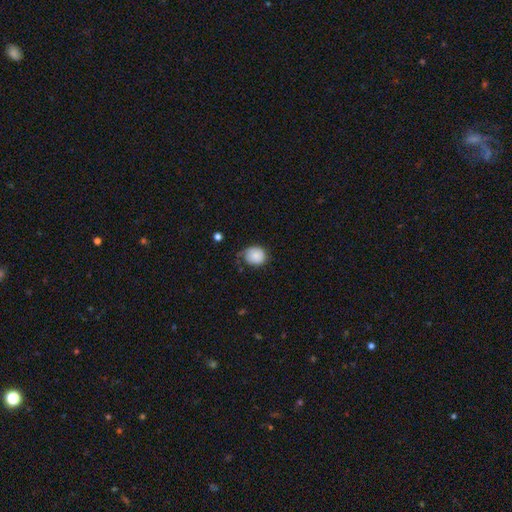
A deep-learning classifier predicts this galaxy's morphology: Overall: smooth (84%). How rounded: round (73%). Merging: none (50%; minor disturbance 37%).